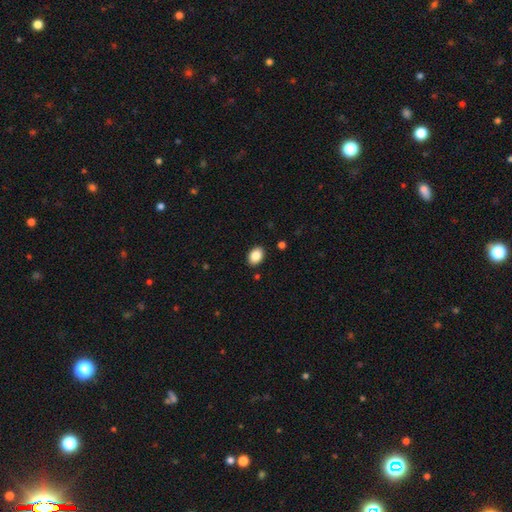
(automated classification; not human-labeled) This appears to be a smooth galaxy with no disk features (87%) that is in between round and cigar-shaped (76%). Merging: none (90%).